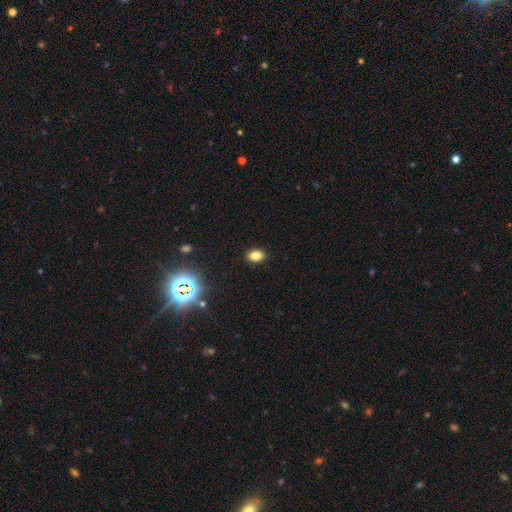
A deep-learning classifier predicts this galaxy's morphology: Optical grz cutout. It shows a smooth galaxy with no disk features (80%) that is in between round and cigar-shaped (80%). Merging: none (89%).